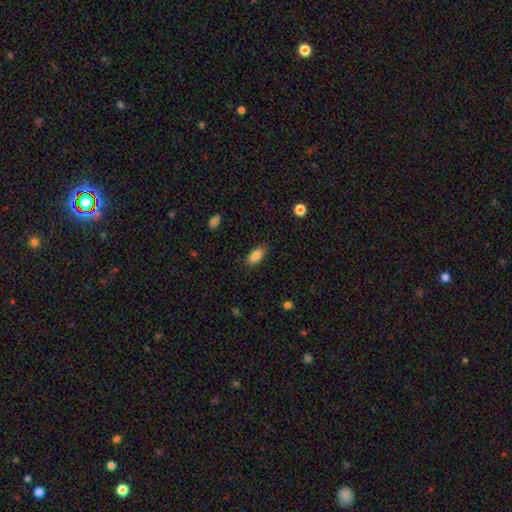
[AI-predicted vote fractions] The model was most divided on "merging": none: 86%, minor disturbance: 10%, major disturbance: 3%, merger: 1%. More confident: how rounded — in between (90%); smooth or featured — smooth (85%).